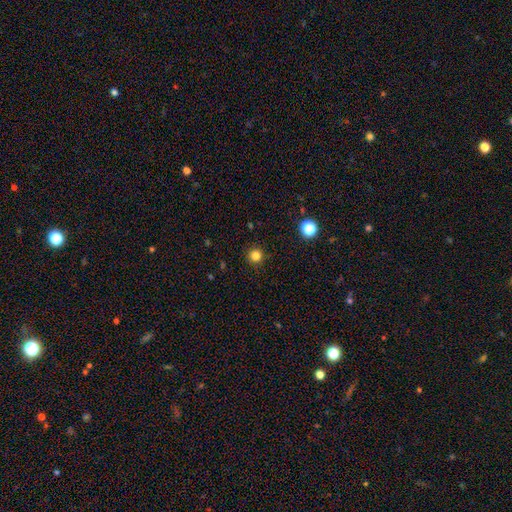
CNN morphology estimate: Smooth or featured?
  - smooth: 82% *
  - star or artifact: 14%
  - featured or disk: 4%
How rounded?
  - round: 96% *
  - in between: 3%
  - cigar-shaped: 1%
Merging?
  - none: 92% *
  - minor disturbance: 5%
  - major disturbance: 2%
  - merger: 1%